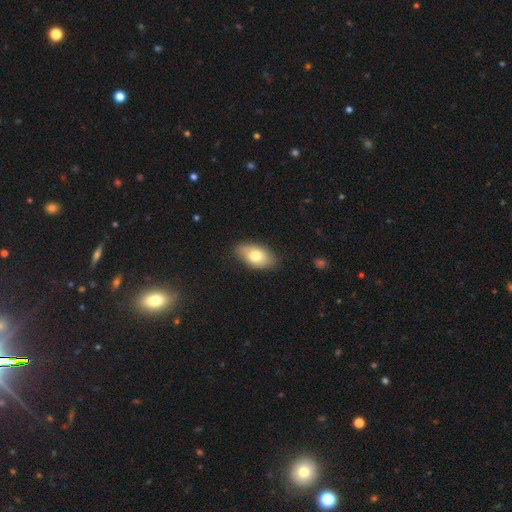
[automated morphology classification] Smooth or featured: smooth — 74% (featured or disk — 19%)
How rounded: in between — 92% (round — 6%)
Merging: none — 81% (minor disturbance — 15%)